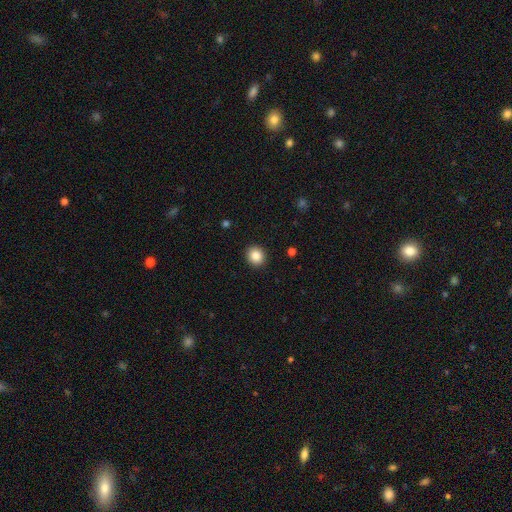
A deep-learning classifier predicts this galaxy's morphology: Smooth or featured? smooth (86%)
How rounded? round (84%)
Merging? none (92%)